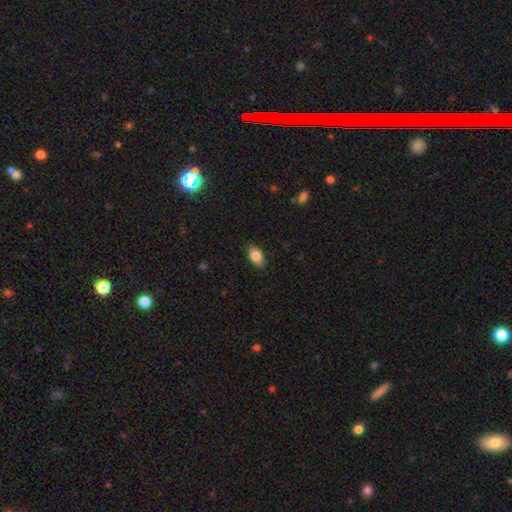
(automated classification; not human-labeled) Smooth or featured? smooth (83%)
How rounded? in between (90%)
Merging? none (85%)